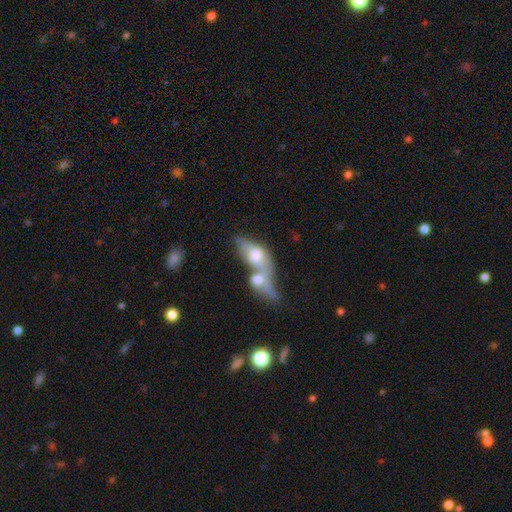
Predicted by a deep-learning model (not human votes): Smooth or featured? Predicted: smooth (p=0.51). How rounded? Predicted: in between (p=0.75). Merging? Predicted: merger (p=0.76).